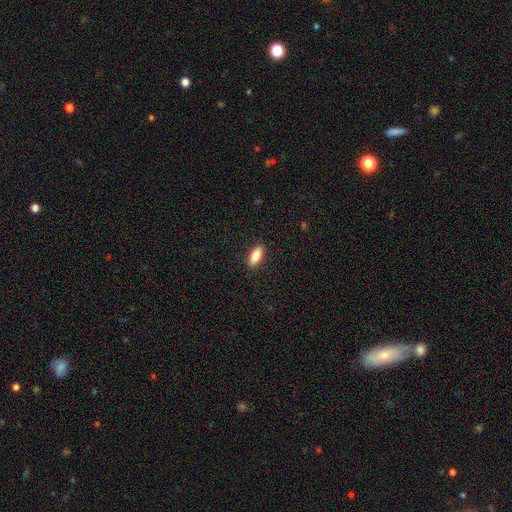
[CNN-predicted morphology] Smooth or featured?
  - smooth: 83% *
  - featured or disk: 10%
  - star or artifact: 7%
How rounded?
  - in between: 80% *
  - cigar-shaped: 17%
  - round: 2%
Merging?
  - none: 90% *
  - minor disturbance: 8%
  - major disturbance: 2%
  - merger: 1%